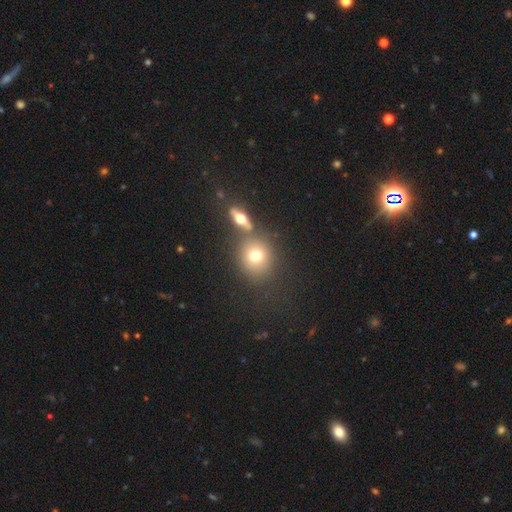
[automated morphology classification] A smooth galaxy with no disk features (70%) that is round (78%). Merging: none (63%).